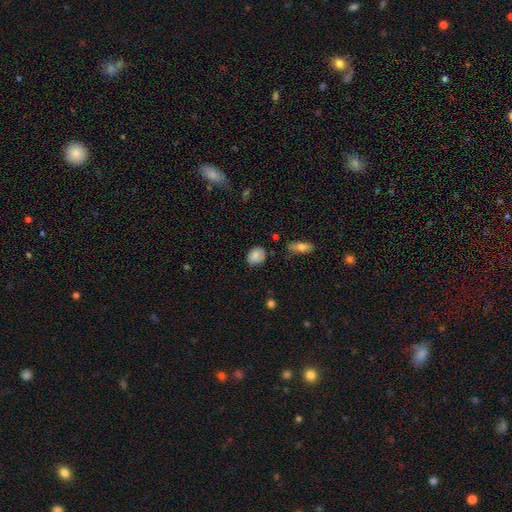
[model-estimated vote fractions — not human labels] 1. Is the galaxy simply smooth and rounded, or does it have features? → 81% smooth, 11% featured or disk, 8% star or artifact.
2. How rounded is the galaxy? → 52% in between, 47% round, 1% cigar-shaped.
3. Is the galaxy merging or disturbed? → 74% none, 20% minor disturbance, 4% major disturbance, 2% merger.